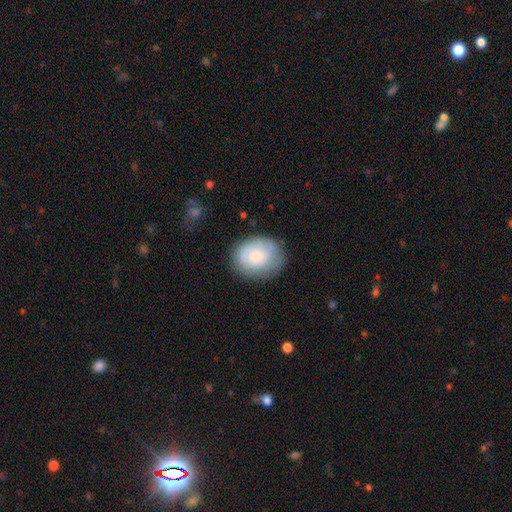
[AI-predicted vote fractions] This is likely a smooth galaxy (67%). How rounded: likely round (63%). Merging: likely none (73%).